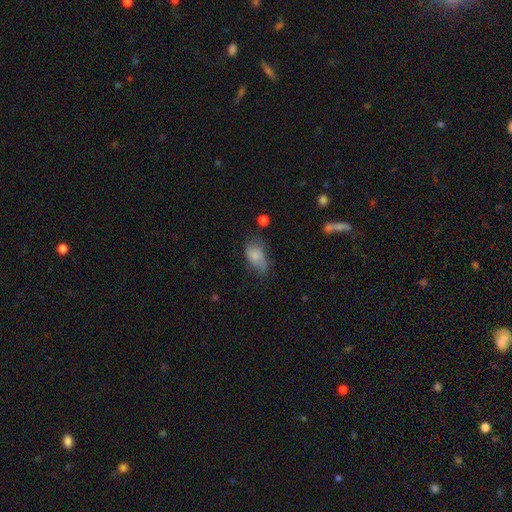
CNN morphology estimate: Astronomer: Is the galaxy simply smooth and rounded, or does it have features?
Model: smooth — 77%.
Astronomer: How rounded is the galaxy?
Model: in between — 89%.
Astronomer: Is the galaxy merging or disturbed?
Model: none — 38% (runner-up: minor disturbance, 37%).